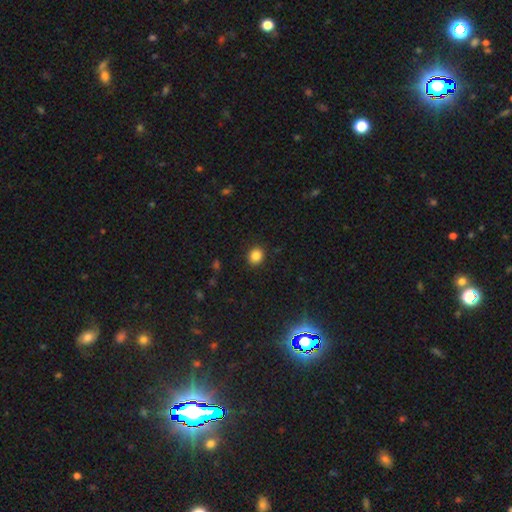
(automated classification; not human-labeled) Smooth or featured? smooth (85%)
How rounded? round (74%)
Merging? none (90%)